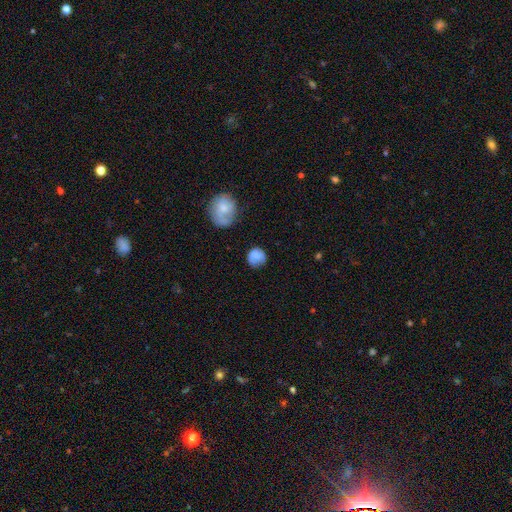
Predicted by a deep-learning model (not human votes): A smooth galaxy with no disk features (74%) that is round (82%).

Vote fractions:
- Smooth or featured? smooth: 74% / featured or disk: 17% / star or artifact: 9%
- How rounded? round: 82% / in between: 17% / cigar-shaped: 1%
- Merging? none: 64% / minor disturbance: 24% / major disturbance: 9% / merger: 3%